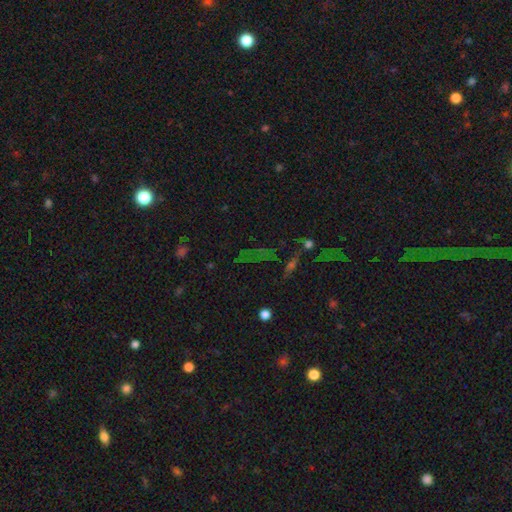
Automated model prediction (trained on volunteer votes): Q: Smooth or featured?
A: star or artifact (61%); runner-up: smooth (24%)